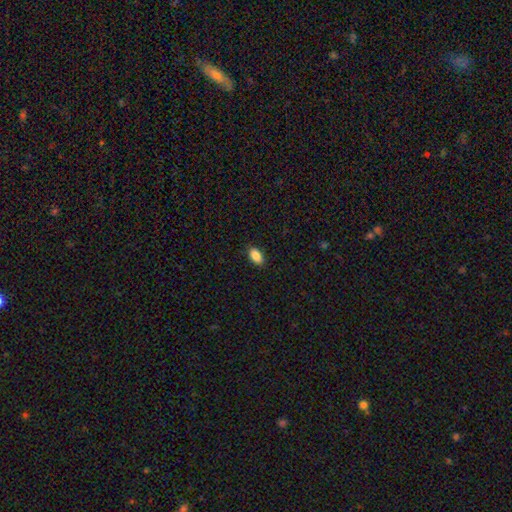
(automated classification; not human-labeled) A smooth galaxy with no disk features (87%) that is in between round and cigar-shaped (92%). Merging: none (88%).